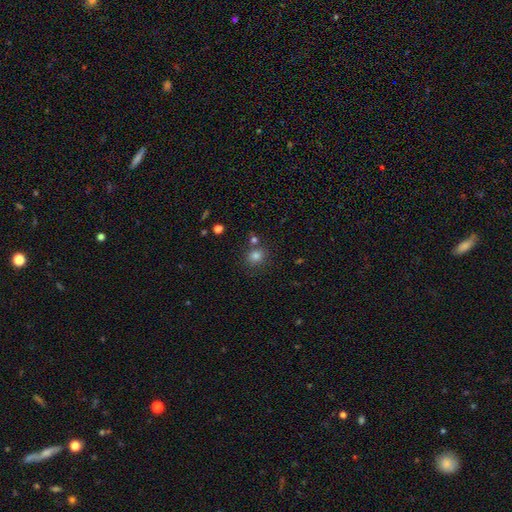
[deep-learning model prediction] This is clearly a smooth galaxy (81%). How rounded: likely round (75%). Merging: likely none (74%).